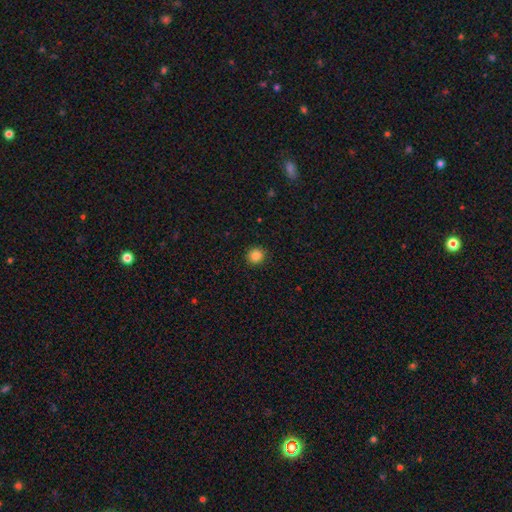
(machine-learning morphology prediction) Overall: smooth (86%). How rounded: round (90%). Merging: none (91%).